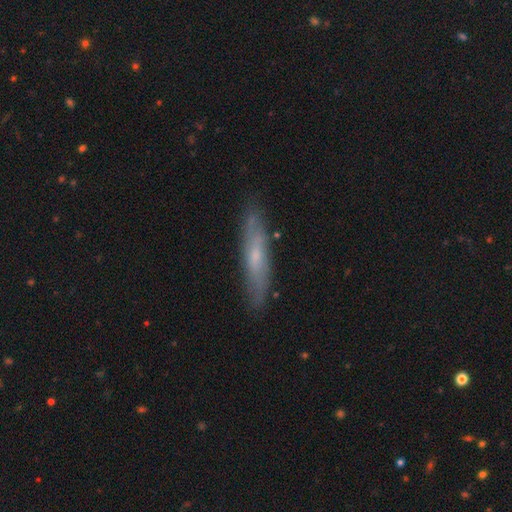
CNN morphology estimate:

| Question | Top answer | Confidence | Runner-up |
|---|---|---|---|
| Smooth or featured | featured or disk | 50% | smooth (43%) |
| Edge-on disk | yes | 72% | no (28%) |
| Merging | none | 84% | minor disturbance (12%) |